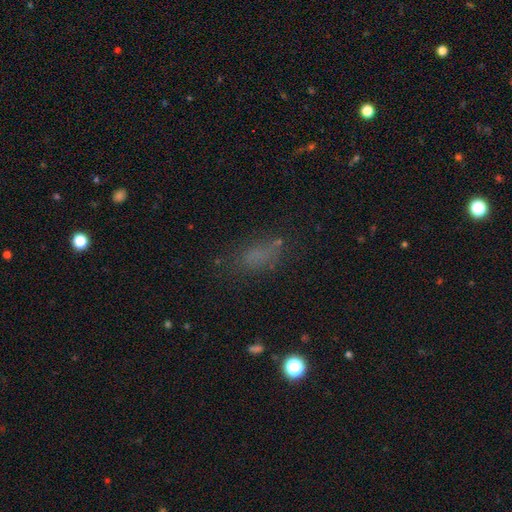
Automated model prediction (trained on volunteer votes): smooth_or_featured: smooth (p=0.61) [alt: star or artifact p=0.25]
how_rounded: in between (p=0.76) [alt: cigar-shaped p=0.14]
merging: none (p=0.61) [alt: minor disturbance p=0.20]